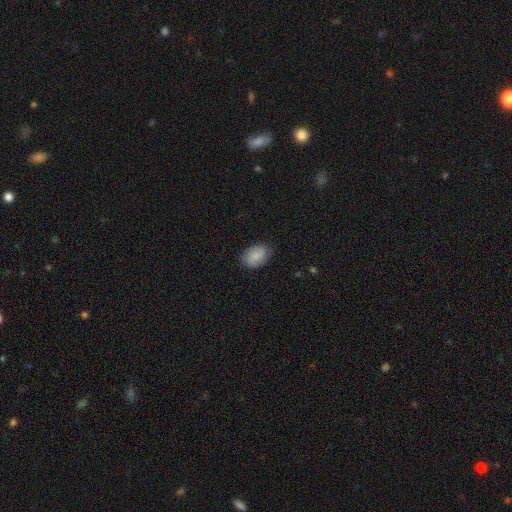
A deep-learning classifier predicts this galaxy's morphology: smooth-or-featured: smooth: 83% | featured or disk: 11% | star or artifact: 7%
  how-rounded: in between: 85% | round: 14% | cigar-shaped: 1%
  merging: none: 82% | minor disturbance: 14% | major disturbance: 3% | merger: 1%